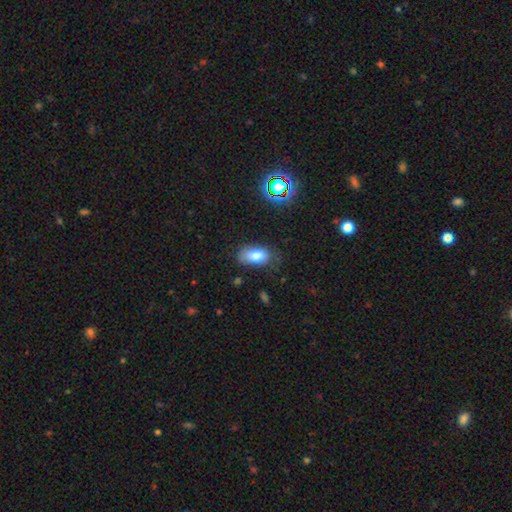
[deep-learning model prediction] Smooth or featured? Predicted: smooth (p=0.78). How rounded? Predicted: in between (p=0.91). Merging? Predicted: none (p=0.65).